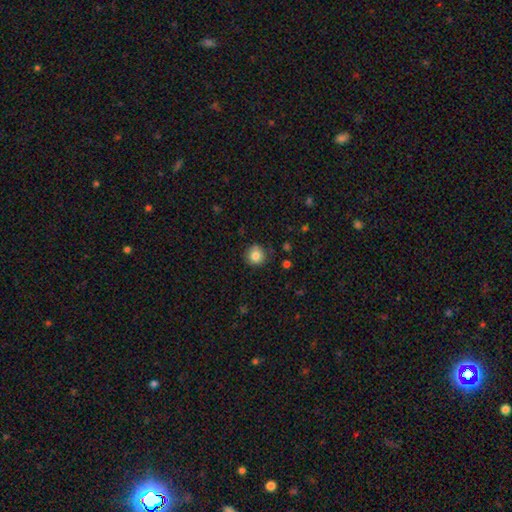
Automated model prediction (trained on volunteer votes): Smooth or featured? smooth (83%)
How rounded? round (91%)
Merging? none (84%)